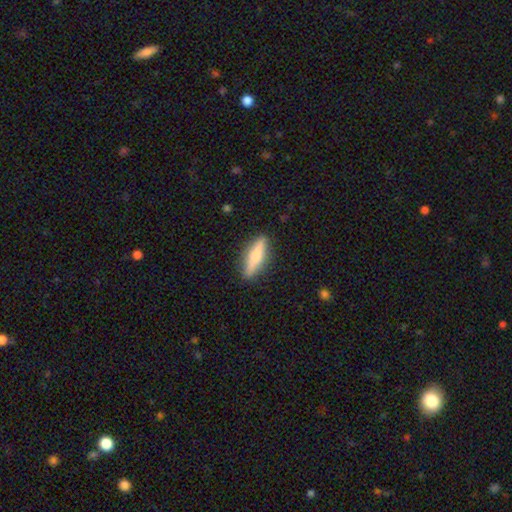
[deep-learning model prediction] smooth-or-featured: smooth: 61% | featured or disk: 33% | star or artifact: 6%
  how-rounded: cigar-shaped: 72% | in between: 25% | round: 2%
  merging: none: 88% | minor disturbance: 9% | major disturbance: 2% | merger: 1%